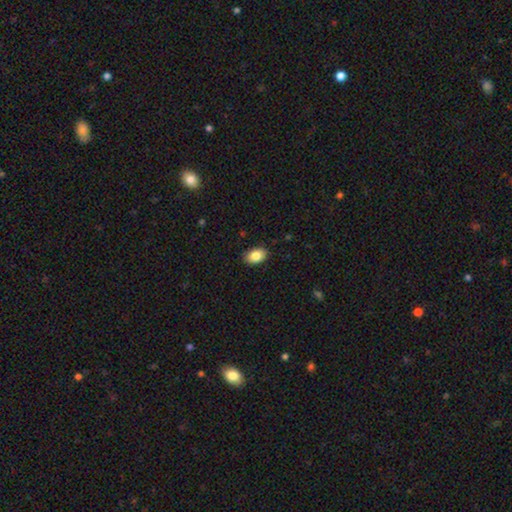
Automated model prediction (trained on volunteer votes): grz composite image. It shows a smooth galaxy with no disk features (85%) that is in between round and cigar-shaped (86%). Merging: none (88%).